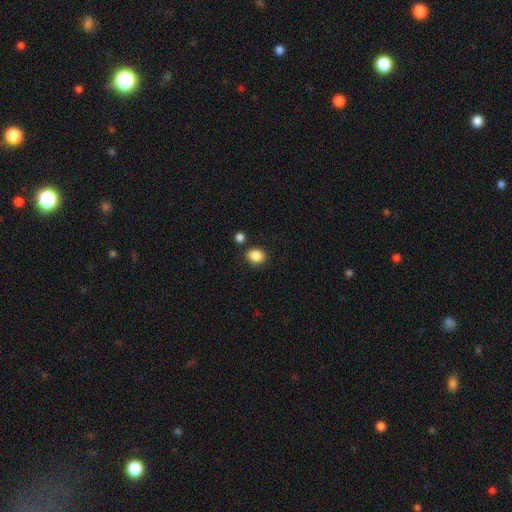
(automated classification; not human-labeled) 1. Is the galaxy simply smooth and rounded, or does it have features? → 87% smooth, 9% star or artifact, 4% featured or disk.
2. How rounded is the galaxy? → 56% round, 44% in between, 1% cigar-shaped.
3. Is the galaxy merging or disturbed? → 82% none, 9% minor disturbance, 6% merger, 3% major disturbance.